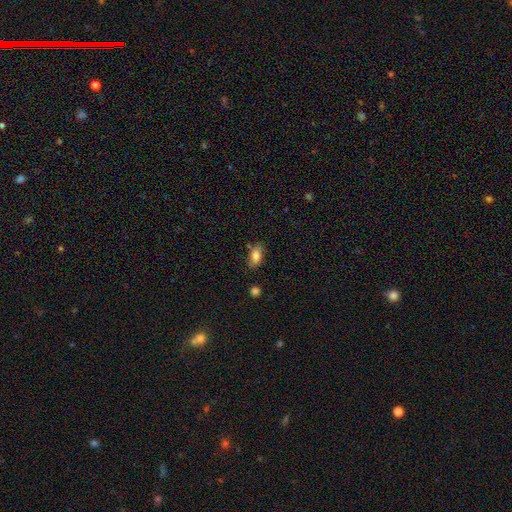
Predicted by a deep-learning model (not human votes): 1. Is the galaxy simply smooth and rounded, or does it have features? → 81% smooth, 10% featured or disk, 9% star or artifact.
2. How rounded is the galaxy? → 87% in between, 6% round, 6% cigar-shaped.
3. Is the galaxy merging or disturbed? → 74% none, 18% minor disturbance, 4% merger, 4% major disturbance.